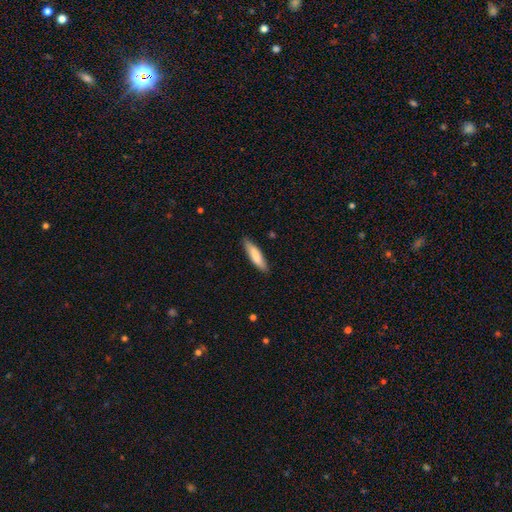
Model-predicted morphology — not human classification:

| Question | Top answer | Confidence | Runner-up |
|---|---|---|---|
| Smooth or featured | smooth | 82% | featured or disk (13%) |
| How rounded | cigar-shaped | 73% | in between (26%) |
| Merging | none | 85% | minor disturbance (12%) |